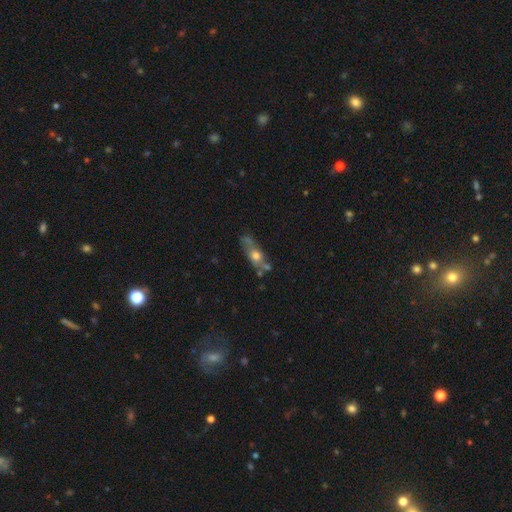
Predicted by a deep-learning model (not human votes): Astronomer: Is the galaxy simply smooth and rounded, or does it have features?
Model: smooth — 47% (runner-up: featured or disk, 44%).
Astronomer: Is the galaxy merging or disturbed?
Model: none — 51%.